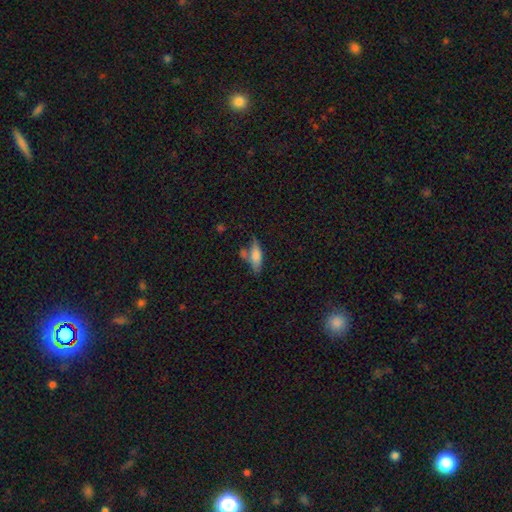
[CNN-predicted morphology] Overall: smooth (71%). How rounded: in between (56%; cigar-shaped 41%). Merging: none (47%; merger 23%).